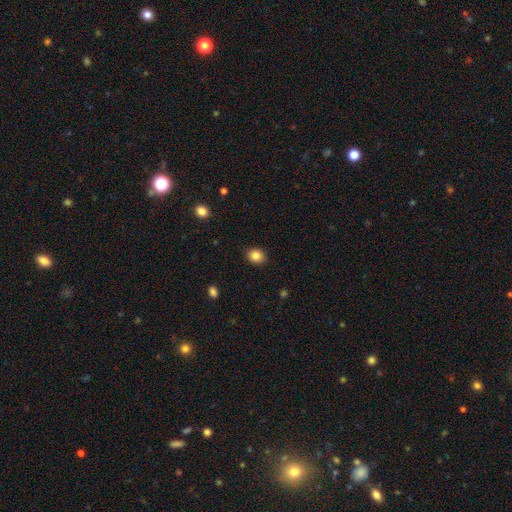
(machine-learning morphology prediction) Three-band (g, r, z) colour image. It shows a smooth galaxy with no disk features (85%) that is round (62%). Merging: none (88%).